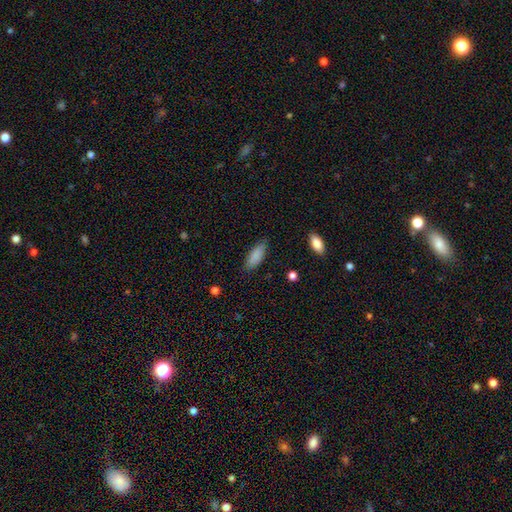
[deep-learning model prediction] Smooth or featured?
  - smooth: 87% *
  - featured or disk: 6%
  - star or artifact: 6%
How rounded?
  - in between: 68% *
  - cigar-shaped: 30%
  - round: 2%
Merging?
  - none: 82% *
  - minor disturbance: 14%
  - major disturbance: 3%
  - merger: 1%